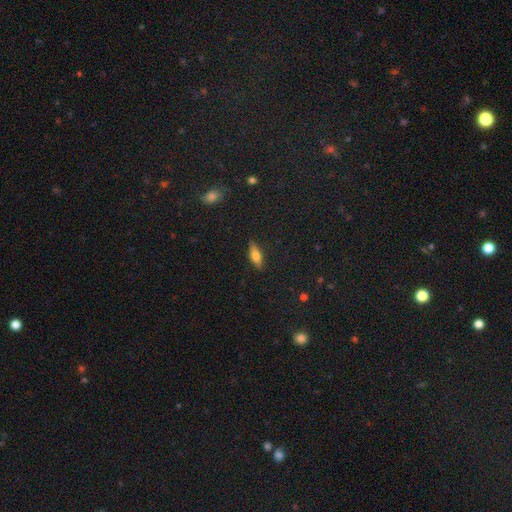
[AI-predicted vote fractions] Smooth or featured? Predicted: smooth (p=0.59). How rounded? Predicted: in between (p=0.59). Merging? Predicted: none (p=0.85).